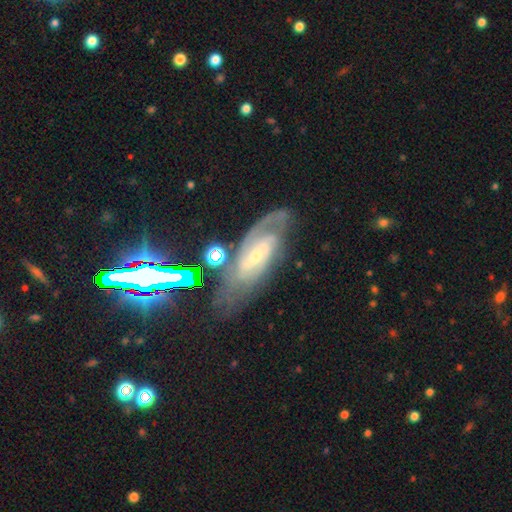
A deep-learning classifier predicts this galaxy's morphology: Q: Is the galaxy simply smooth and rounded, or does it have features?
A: featured or disk — 82%.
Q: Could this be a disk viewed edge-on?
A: no — 92%.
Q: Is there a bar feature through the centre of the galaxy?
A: weak — 45%.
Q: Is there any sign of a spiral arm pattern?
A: yes — 96%.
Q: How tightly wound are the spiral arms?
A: tight — 47%.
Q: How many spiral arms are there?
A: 2 — 68%.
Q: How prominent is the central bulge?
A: small — 67%.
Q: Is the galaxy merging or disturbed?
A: none — 67%.